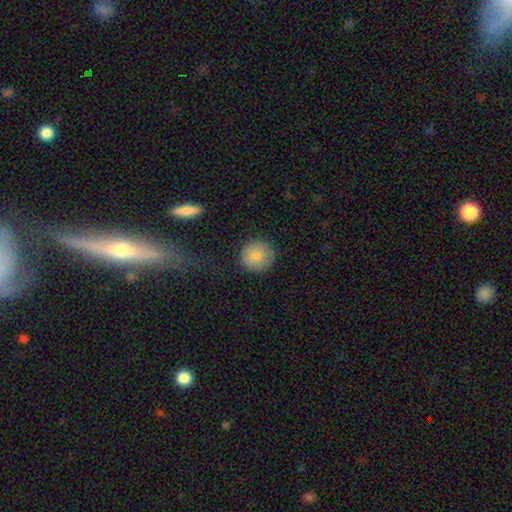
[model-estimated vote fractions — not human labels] This is clearly a smooth galaxy (84%). How rounded: clearly round (93%). Merging: clearly none (86%).